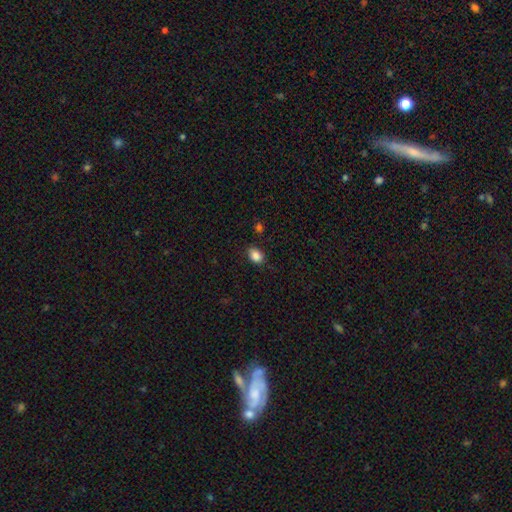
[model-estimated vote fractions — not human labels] Smooth or featured?
  - smooth: 86% *
  - star or artifact: 9%
  - featured or disk: 5%
How rounded?
  - in between: 74% *
  - round: 25%
  - cigar-shaped: 1%
Merging?
  - none: 86% *
  - minor disturbance: 10%
  - major disturbance: 3%
  - merger: 2%